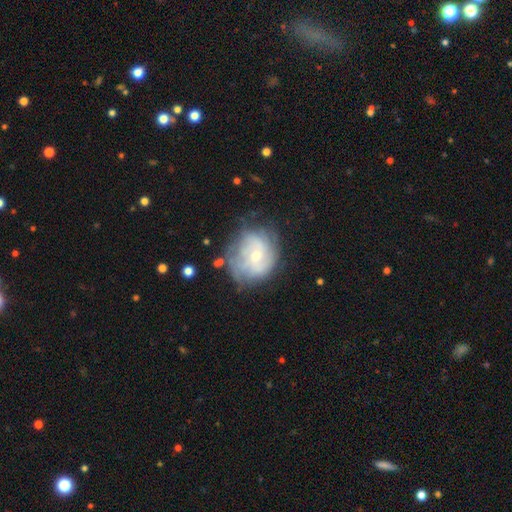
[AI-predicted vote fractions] The model was most divided on "bulge size": small: 57%, moderate: 37%, none: 3%, large: 2%, dominant: 1%. More confident: edge-on disk — no (97%); spiral arms — yes (70%); smooth or featured — featured or disk (60%); merging — none (60%); bar — no (59%).